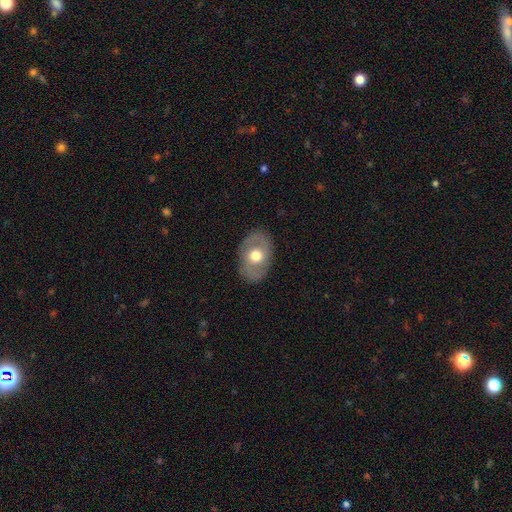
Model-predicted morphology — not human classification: Smooth or featured? Predicted: featured or disk (p=0.51). Edge-on disk? Predicted: no (p=0.92). Merging? Predicted: none (p=0.84).